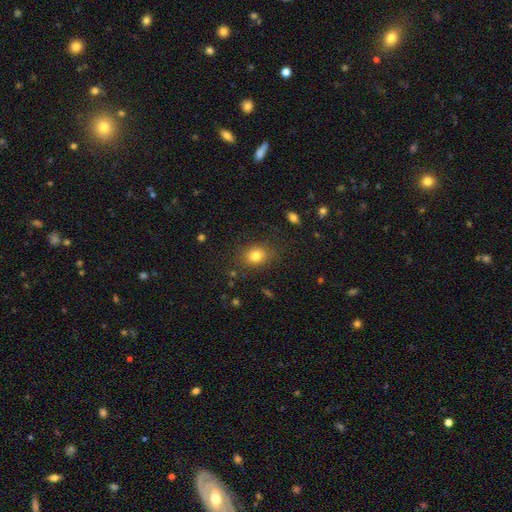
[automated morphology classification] Smooth or featured? smooth (80%)
How rounded? round (51%)
Merging? none (82%)